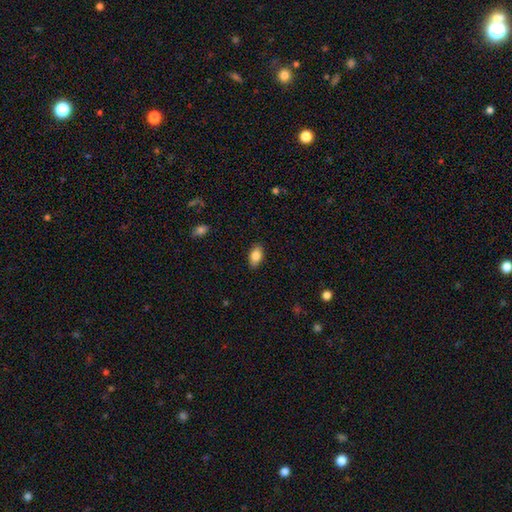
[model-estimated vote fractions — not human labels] smooth 84%, featured or disk 9%, star or artifact 7%. Down the decision tree: how rounded — in between (91%); merging — none (87%).